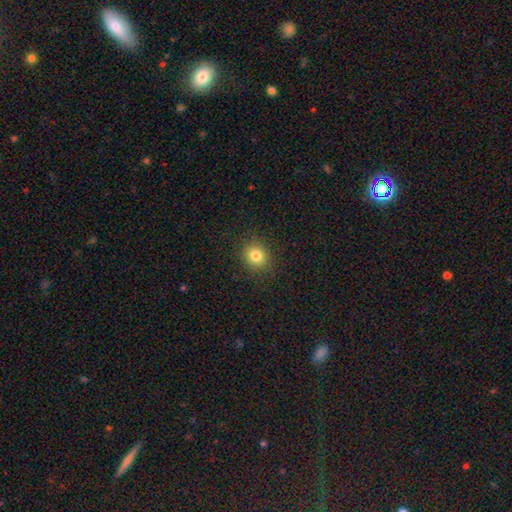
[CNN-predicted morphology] This appears to be a smooth galaxy with no disk features (82%) that is round (80%). Merging: none (89%).